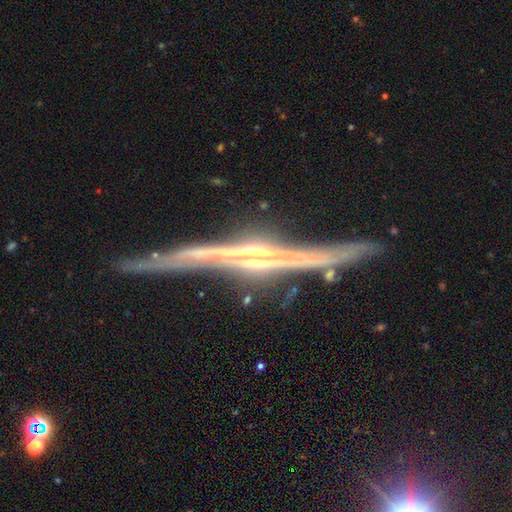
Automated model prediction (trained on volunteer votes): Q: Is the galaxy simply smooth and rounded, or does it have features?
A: featured or disk — 90%.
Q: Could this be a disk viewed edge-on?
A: yes — 95%.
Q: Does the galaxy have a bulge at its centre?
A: rounded — 59%.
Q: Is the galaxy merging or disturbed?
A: none — 75%.